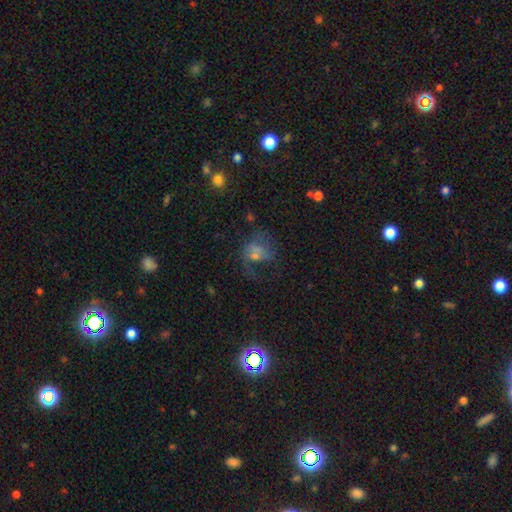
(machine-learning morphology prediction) Q: Smooth or featured?
A: featured or disk (45%); runner-up: smooth (28%)
Q: Merging?
A: none (42%); runner-up: major disturbance (33%)